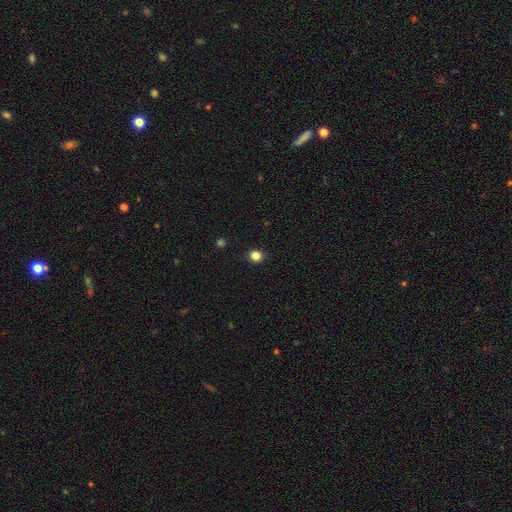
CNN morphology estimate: smooth-or-featured: smooth: 83% | star or artifact: 13% | featured or disk: 4%
  how-rounded: round: 84% | in between: 15% | cigar-shaped: 1%
  merging: none: 91% | minor disturbance: 6% | major disturbance: 2% | merger: 1%